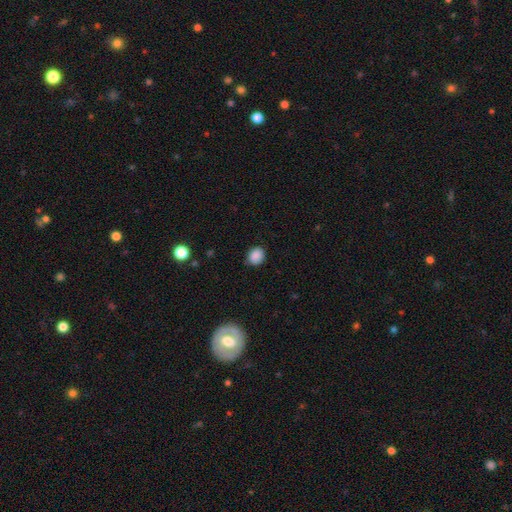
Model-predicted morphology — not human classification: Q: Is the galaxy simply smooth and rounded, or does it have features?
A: smooth — 86%.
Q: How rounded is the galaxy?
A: round — 67%.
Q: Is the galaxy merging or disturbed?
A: none — 80%.